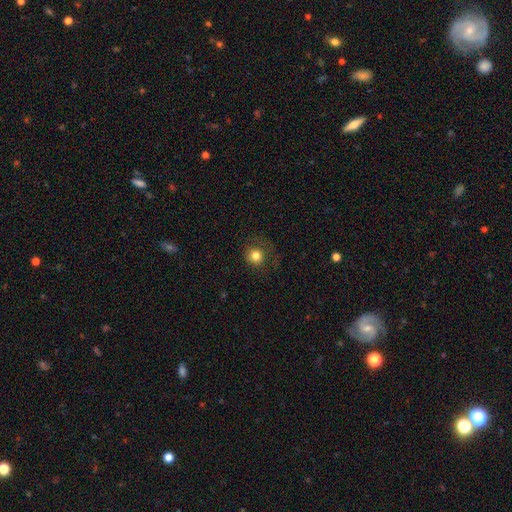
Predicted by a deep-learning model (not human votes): A smooth galaxy with no disk features (79%) that is round (91%). Merging: none (75%).